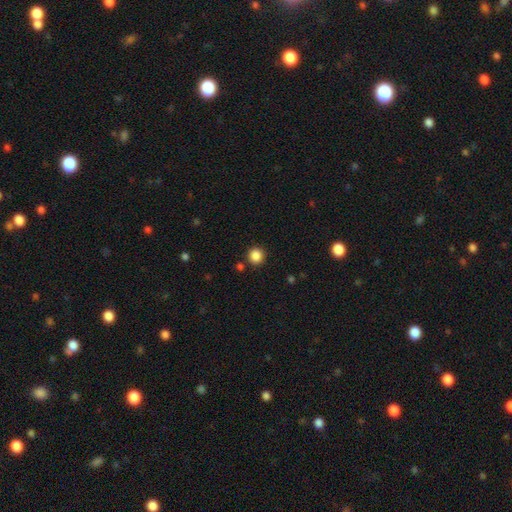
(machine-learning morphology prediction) A smooth galaxy with no disk features (86%) that is round (91%).

Vote fractions:
- Smooth or featured? smooth: 86% / star or artifact: 11% / featured or disk: 3%
- How rounded? round: 91% / in between: 8% / cigar-shaped: 1%
- Merging? none: 89% / minor disturbance: 6% / merger: 3% / major disturbance: 2%